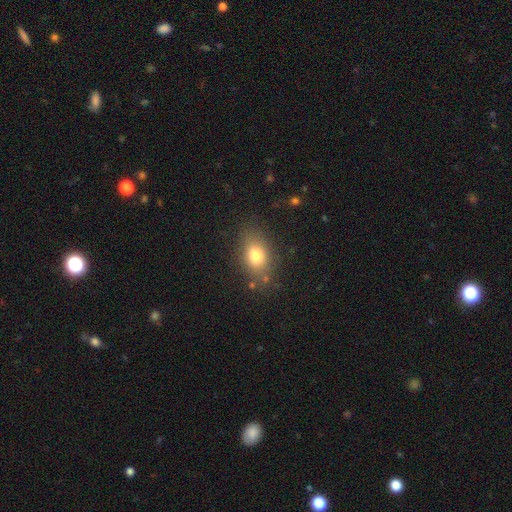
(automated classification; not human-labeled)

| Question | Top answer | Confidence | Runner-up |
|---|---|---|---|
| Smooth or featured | smooth | 77% | featured or disk (12%) |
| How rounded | in between | 78% | round (20%) |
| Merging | none | 75% | minor disturbance (16%) |